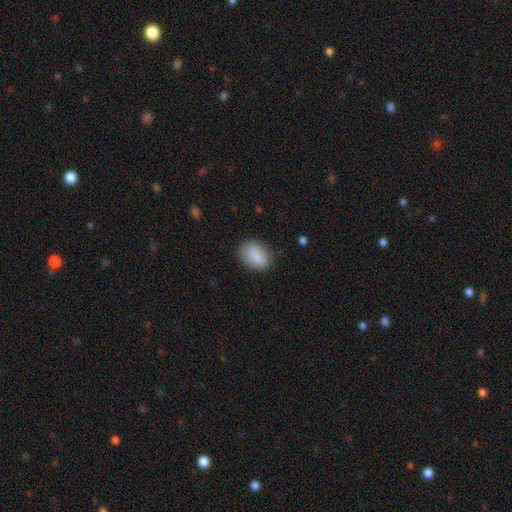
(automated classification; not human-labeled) Smooth or featured?
  - smooth: 87% *
  - star or artifact: 7%
  - featured or disk: 6%
How rounded?
  - in between: 77% *
  - round: 22%
  - cigar-shaped: 1%
Merging?
  - none: 78% *
  - minor disturbance: 16%
  - major disturbance: 4%
  - merger: 1%